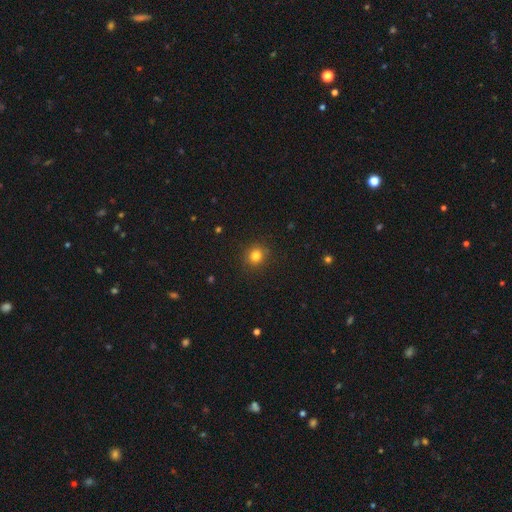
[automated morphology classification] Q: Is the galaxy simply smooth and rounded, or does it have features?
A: smooth — 81%.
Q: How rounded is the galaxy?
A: round — 87%.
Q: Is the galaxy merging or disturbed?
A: none — 89%.